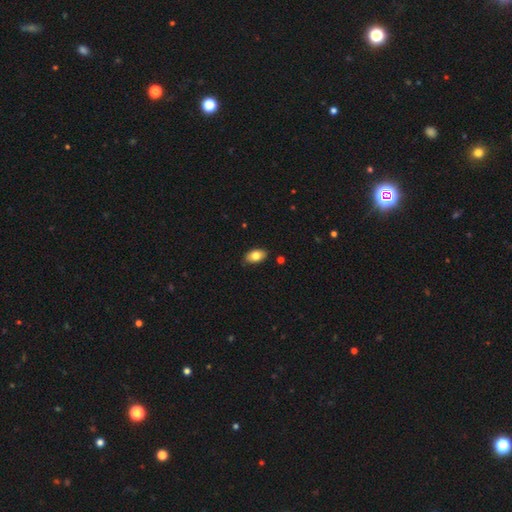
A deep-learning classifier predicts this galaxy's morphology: smooth_or_featured: smooth (p=0.80) [alt: featured or disk p=0.13]
how_rounded: in between (p=0.92) [alt: round p=0.05]
merging: none (p=0.86) [alt: minor disturbance p=0.11]